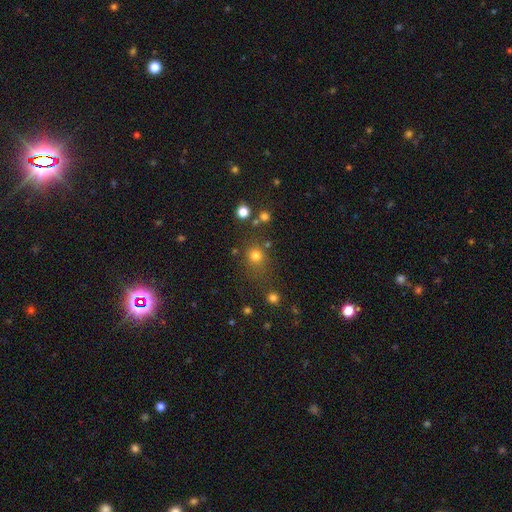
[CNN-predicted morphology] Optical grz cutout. It shows a smooth galaxy with no disk features (76%) that is round (85%). Merging: none (72%).